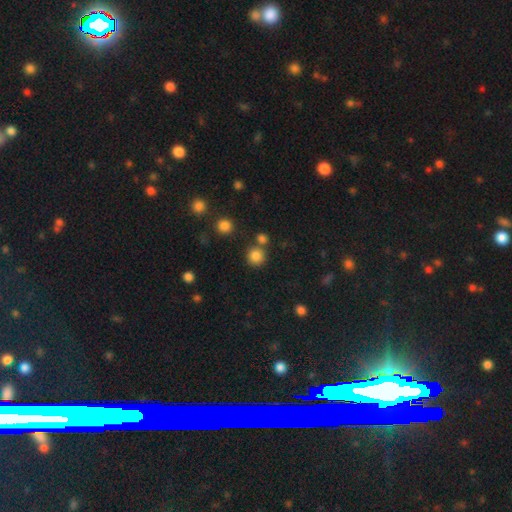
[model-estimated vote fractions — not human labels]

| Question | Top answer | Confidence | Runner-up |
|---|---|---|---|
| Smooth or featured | smooth | 82% | star or artifact (13%) |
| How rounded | round | 92% | in between (7%) |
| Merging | none | 75% | merger (14%) |